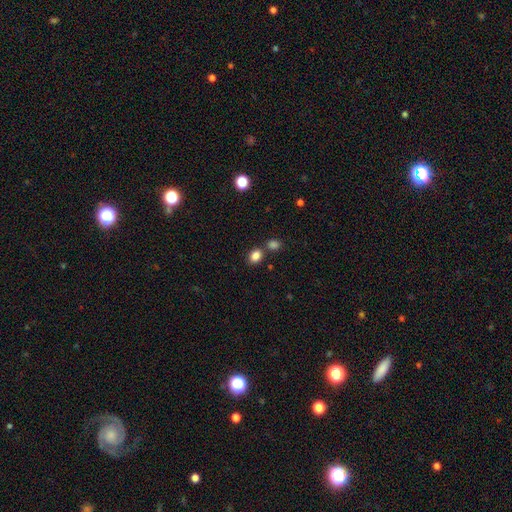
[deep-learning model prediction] Smooth or featured? smooth (84%)
How rounded? in between (60%)
Merging? none (69%)